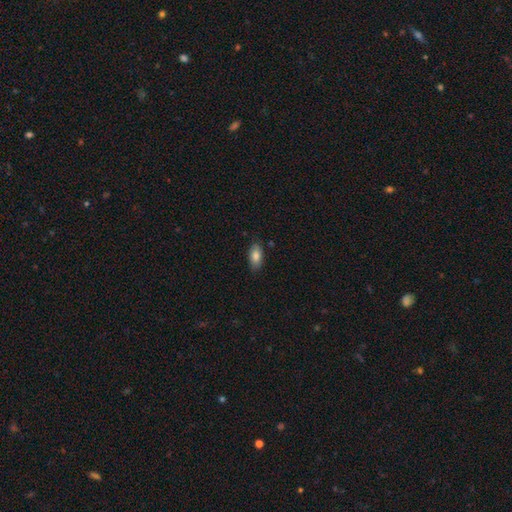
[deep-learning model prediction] Smooth or featured?
  - smooth: 83% *
  - featured or disk: 10%
  - star or artifact: 7%
How rounded?
  - in between: 91% *
  - cigar-shaped: 6%
  - round: 3%
Merging?
  - none: 82% *
  - minor disturbance: 14%
  - major disturbance: 3%
  - merger: 1%